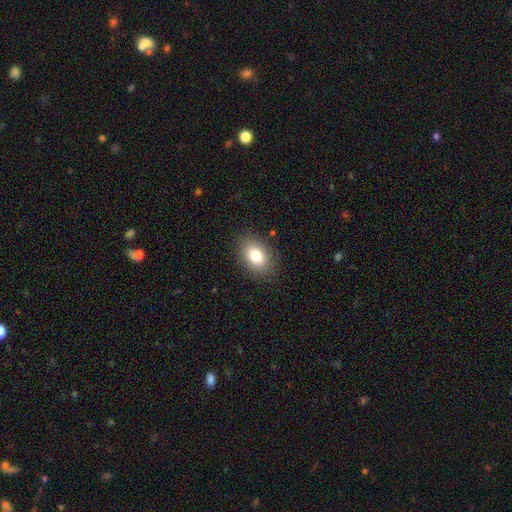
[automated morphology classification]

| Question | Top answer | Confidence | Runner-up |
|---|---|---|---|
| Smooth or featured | smooth | 80% | featured or disk (10%) |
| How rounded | in between | 78% | round (21%) |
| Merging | none | 86% | minor disturbance (10%) |